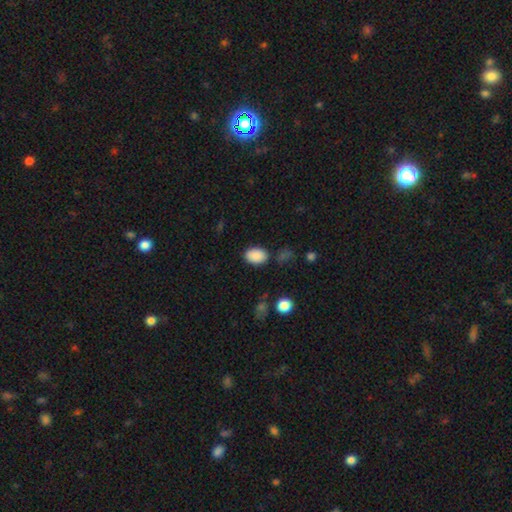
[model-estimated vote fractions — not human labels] smooth-or-featured: smooth: 88% | star or artifact: 9% | featured or disk: 3%
  how-rounded: in between: 85% | round: 13% | cigar-shaped: 1%
  merging: none: 82% | minor disturbance: 11% | major disturbance: 3% | merger: 3%